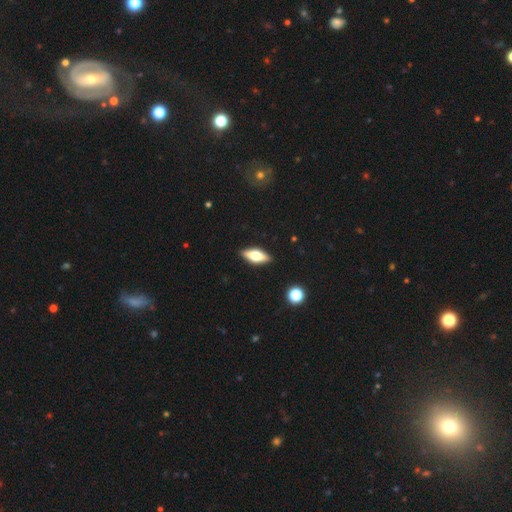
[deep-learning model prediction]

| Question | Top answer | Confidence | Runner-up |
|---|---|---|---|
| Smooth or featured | smooth | 55% | featured or disk (38%) |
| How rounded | in between | 74% | cigar-shaped (23%) |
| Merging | none | 88% | minor disturbance (8%) |